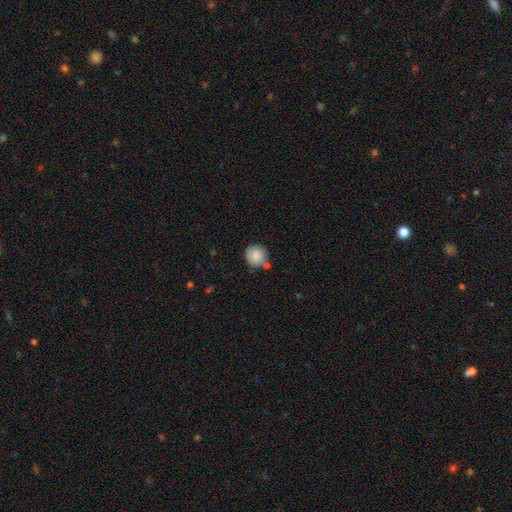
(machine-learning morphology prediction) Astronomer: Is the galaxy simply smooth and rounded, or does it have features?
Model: smooth — 86%.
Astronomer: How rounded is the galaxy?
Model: round — 91%.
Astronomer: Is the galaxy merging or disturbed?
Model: none — 66%.